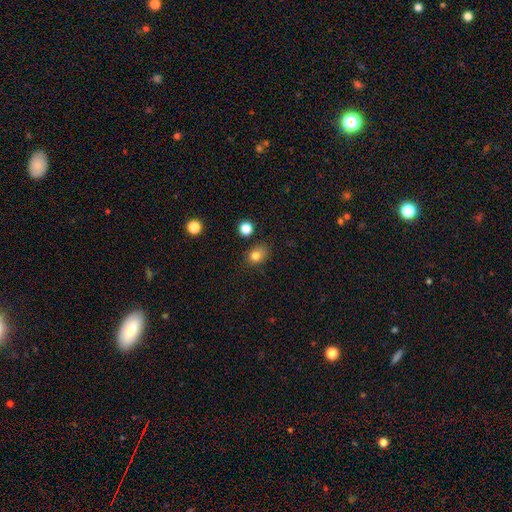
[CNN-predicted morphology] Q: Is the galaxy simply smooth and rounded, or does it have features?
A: smooth — 80%.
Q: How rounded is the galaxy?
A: round — 53%.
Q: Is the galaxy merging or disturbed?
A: none — 76%.